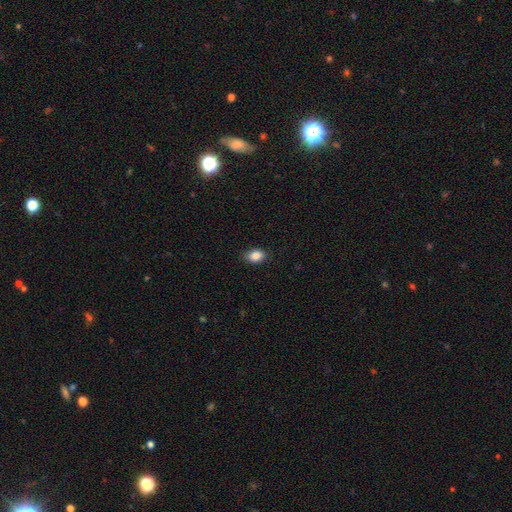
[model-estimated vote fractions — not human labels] This is clearly a smooth galaxy (86%). How rounded: likely in between (79%). Merging: clearly none (83%).